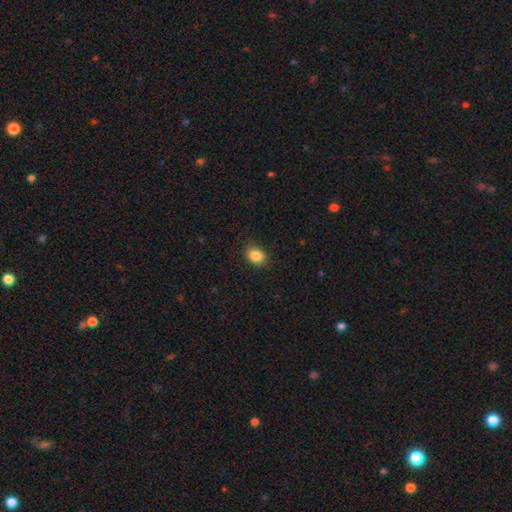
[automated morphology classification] Q: Smooth or featured?
A: smooth (86%); runner-up: star or artifact (9%)
Q: How rounded?
A: in between (67%); runner-up: round (32%)
Q: Merging?
A: none (86%); runner-up: minor disturbance (10%)